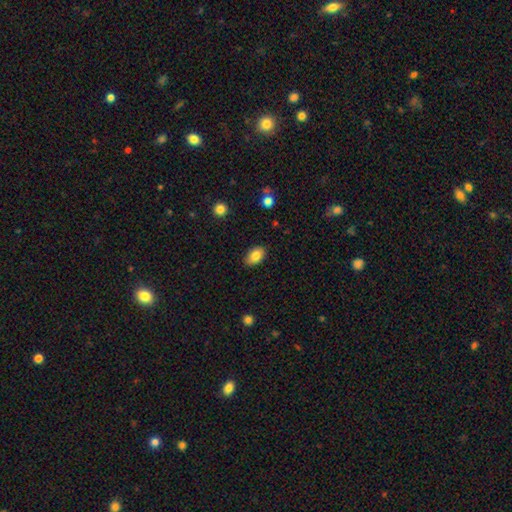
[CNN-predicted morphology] smooth 83%, featured or disk 9%, star or artifact 8%. Down the decision tree: how rounded — in between (87%); merging — none (85%).